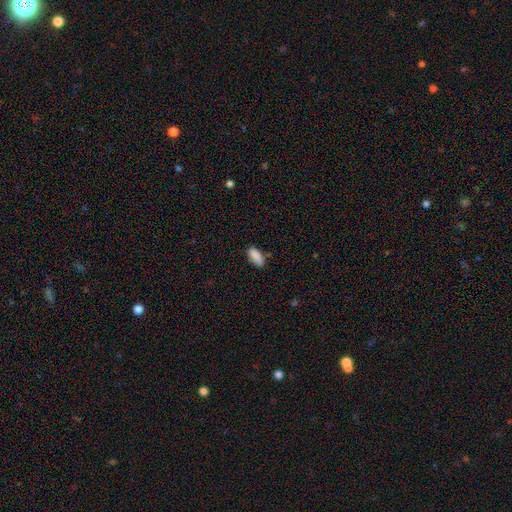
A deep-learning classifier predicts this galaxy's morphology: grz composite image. It shows a smooth galaxy with no disk features (89%) that is in between round and cigar-shaped (86%). Merging: none (78%).